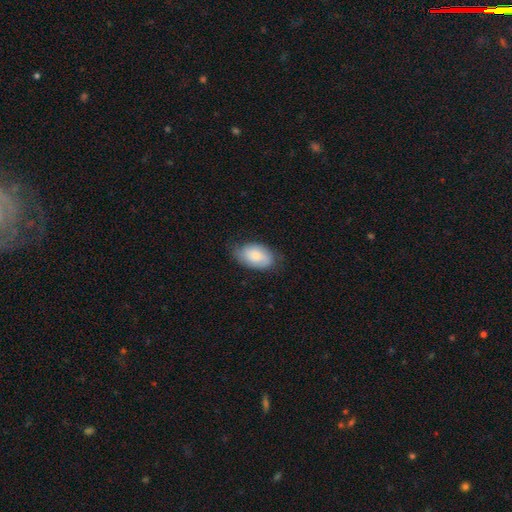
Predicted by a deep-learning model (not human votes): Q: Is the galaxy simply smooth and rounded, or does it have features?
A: smooth — 70%.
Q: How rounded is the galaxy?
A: in between — 92%.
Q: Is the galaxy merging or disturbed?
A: none — 67%.